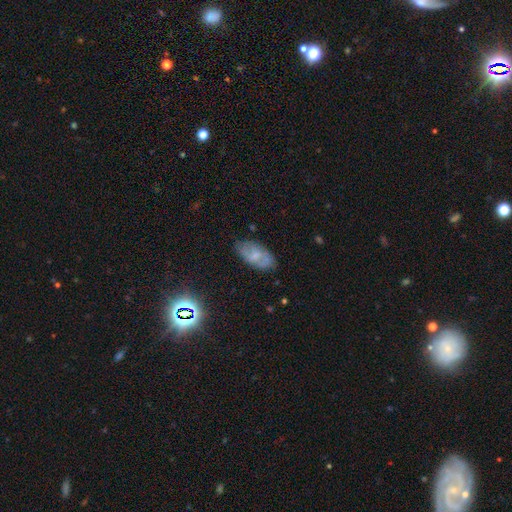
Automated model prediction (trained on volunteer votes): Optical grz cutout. It shows a smooth galaxy with no disk features (48%). Merging: none (70%).